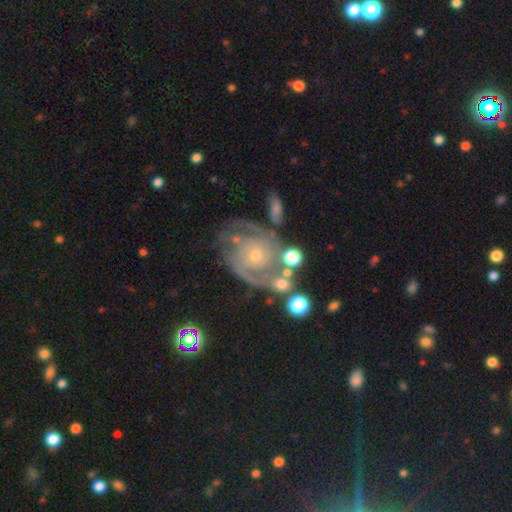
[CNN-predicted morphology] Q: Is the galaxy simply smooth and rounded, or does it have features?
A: featured or disk — 87%.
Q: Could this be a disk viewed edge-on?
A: no — 98%.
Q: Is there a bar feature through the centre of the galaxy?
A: no — 73%.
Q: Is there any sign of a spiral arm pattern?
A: yes — 96%.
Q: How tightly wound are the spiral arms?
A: tight — 52%.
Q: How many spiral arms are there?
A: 2 — 50%.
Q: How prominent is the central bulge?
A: small — 72%.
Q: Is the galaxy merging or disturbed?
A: none — 53%.